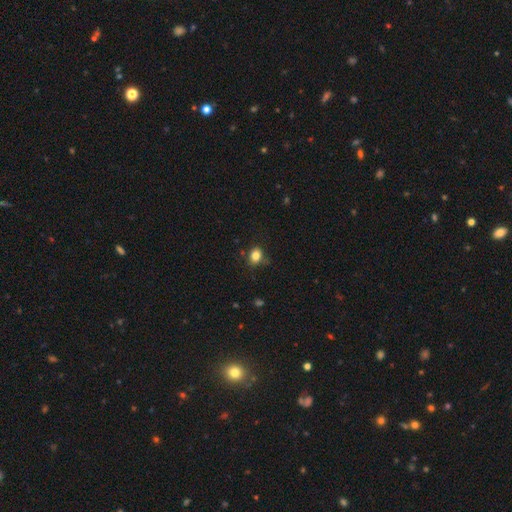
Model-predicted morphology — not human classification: A smooth galaxy with no disk features (83%) that is round (56%). Merging: none (75%).